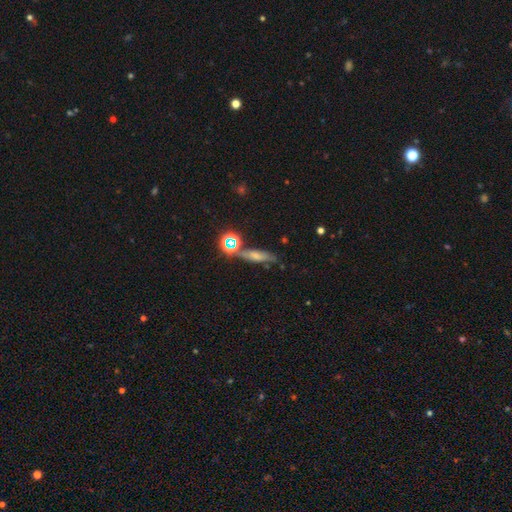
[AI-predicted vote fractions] Smooth or featured? smooth (51%)
How rounded? cigar-shaped (58%)
Merging? none (63%)